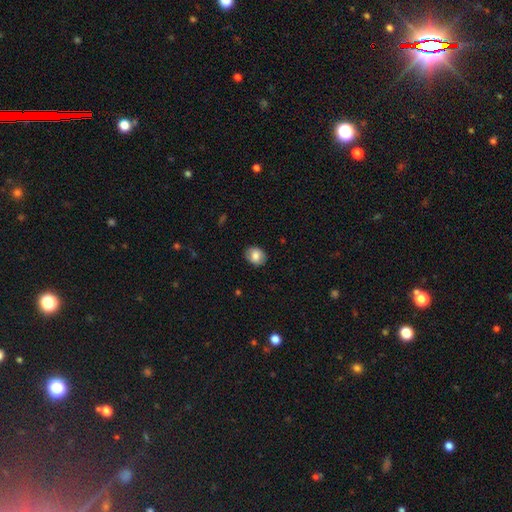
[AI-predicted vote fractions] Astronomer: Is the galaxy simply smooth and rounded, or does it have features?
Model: smooth — 80%.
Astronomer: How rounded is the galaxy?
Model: round — 50% (runner-up: in between, 49%).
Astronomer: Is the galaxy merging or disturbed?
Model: none — 86%.